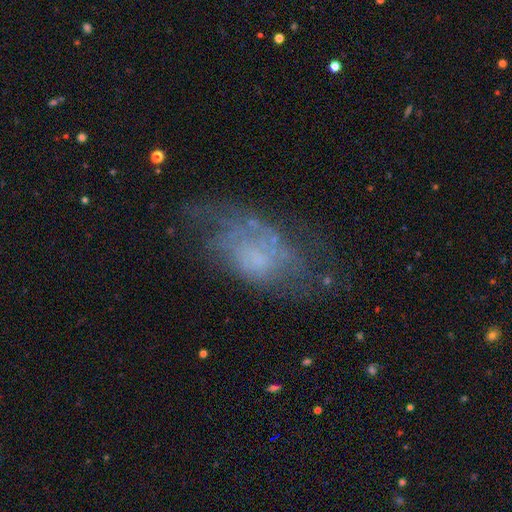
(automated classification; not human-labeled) A featured or disk galaxy (55%) with no bar (83%), no spiral arms (55%) and no central bulge (58%).

Vote fractions:
- Smooth or featured? featured or disk: 55% / smooth: 33% / star or artifact: 12%
- Edge-on disk? no: 95% / yes: 5%
- Bar? no: 83% / weak: 15% / strong: 2%
- Spiral arms? no: 55% / yes: 45%
- Bulge size? none: 58% / small: 20% / moderate: 14% / large: 6% / dominant: 2%
- Merging? none: 46% / major disturbance: 26% / minor disturbance: 25% / merger: 3%